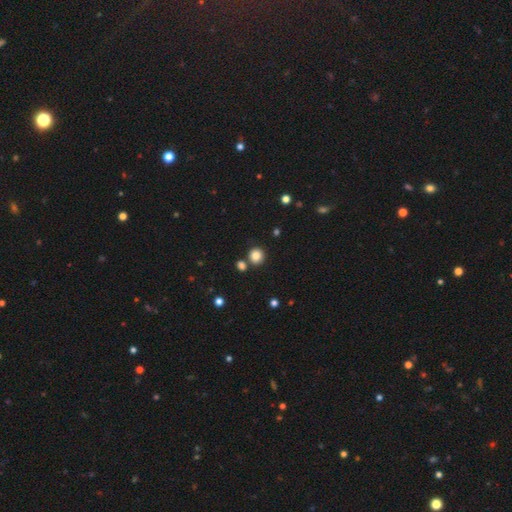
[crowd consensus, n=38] Smooth or featured? 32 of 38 (84%) said smooth. How rounded? 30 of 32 (94%) said round. Merging? 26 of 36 (72%) said none.